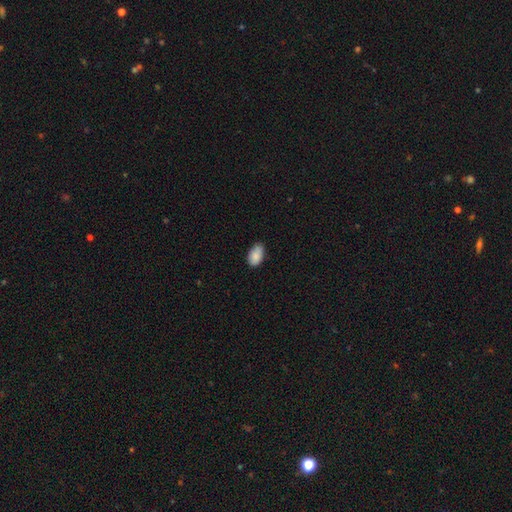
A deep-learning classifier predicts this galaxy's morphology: smooth_or_featured: smooth (p=0.87) [alt: featured or disk p=0.07]
how_rounded: in between (p=0.93) [alt: round p=0.05]
merging: none (p=0.73) [alt: minor disturbance p=0.23]